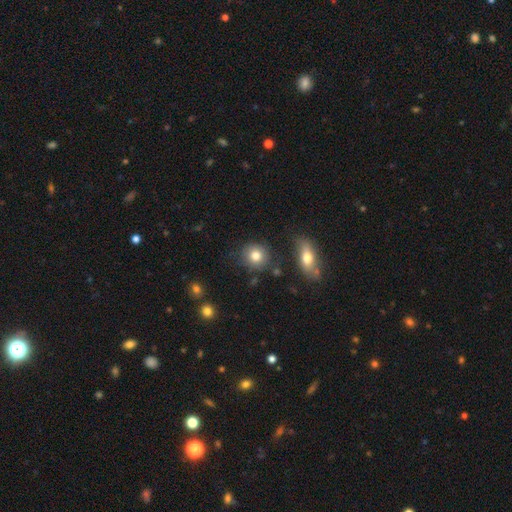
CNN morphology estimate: smooth_or_featured: smooth (p=0.81) [alt: featured or disk p=0.10]
how_rounded: round (p=0.86) [alt: in between p=0.13]
merging: none (p=0.80) [alt: minor disturbance p=0.11]